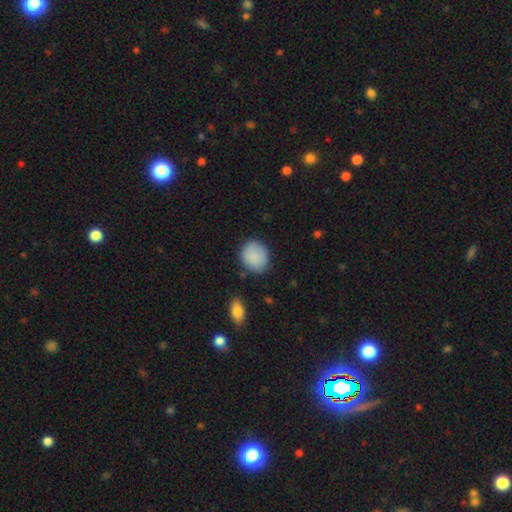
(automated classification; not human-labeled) Morphology: type=smooth (89%); roundness=round (78%); merging=none (81%).